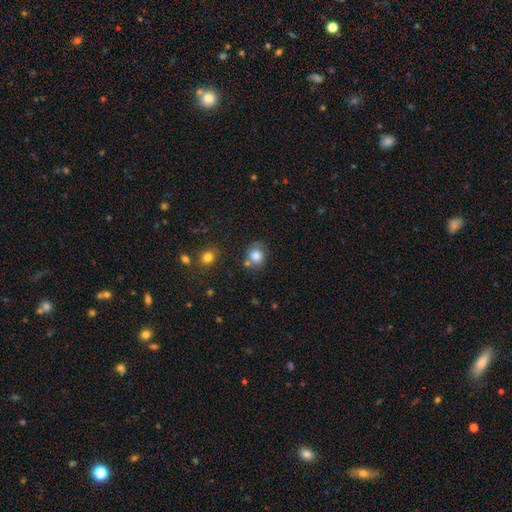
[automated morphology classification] smooth-or-featured: smooth: 79% | featured or disk: 11% | star or artifact: 10%
  how-rounded: round: 70% | in between: 30% | cigar-shaped: 1%
  merging: none: 60% | minor disturbance: 20% | merger: 13% | major disturbance: 7%